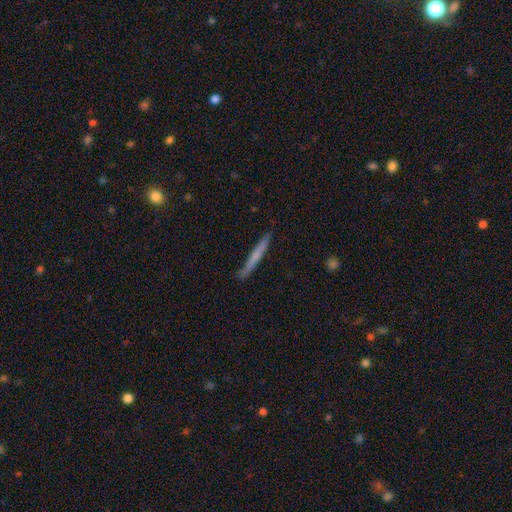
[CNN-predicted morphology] type=smooth (58%); roundness=cigar-shaped (97%); merging=none (87%).